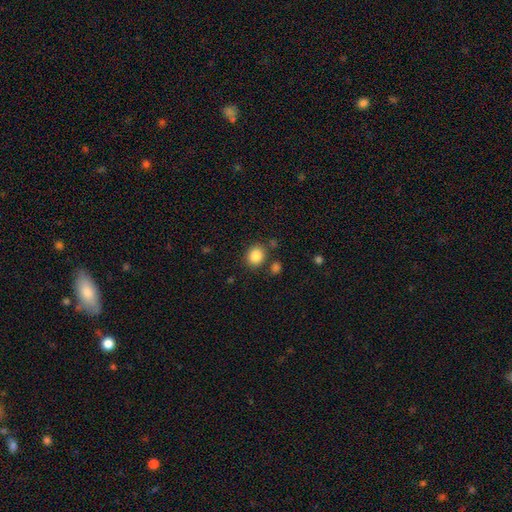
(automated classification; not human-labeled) Morphology: type=smooth (85%); roundness=round (70%); merging=none (81%).